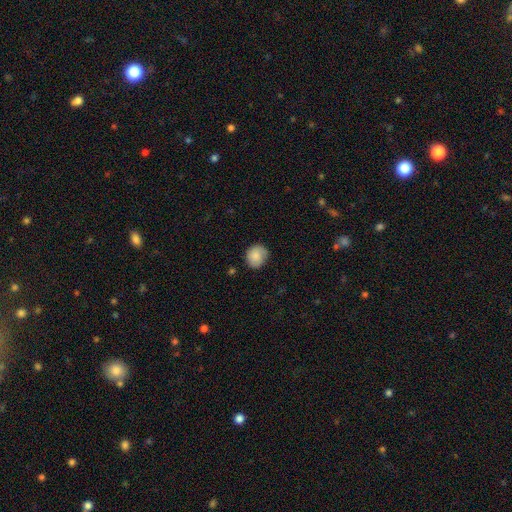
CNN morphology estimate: smooth-or-featured: smooth: 84% | featured or disk: 8% | star or artifact: 7%
  how-rounded: round: 80% | in between: 19% | cigar-shaped: 1%
  merging: none: 78% | minor disturbance: 17% | major disturbance: 3% | merger: 1%